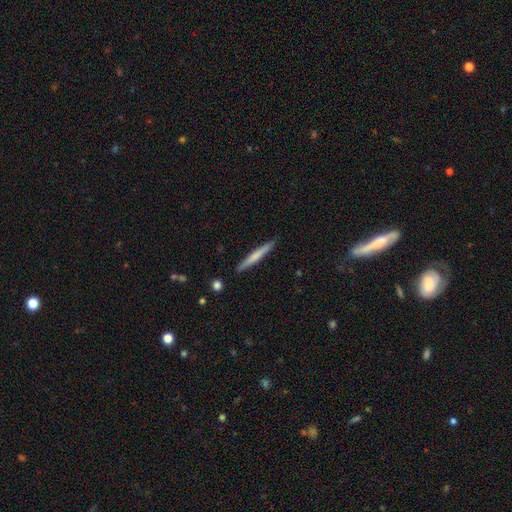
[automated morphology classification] Smooth or featured?
  - smooth: 61% *
  - featured or disk: 34%
  - star or artifact: 5%
How rounded?
  - cigar-shaped: 96% *
  - in between: 3%
  - round: 1%
Merging?
  - none: 90% *
  - minor disturbance: 8%
  - major disturbance: 1%
  - merger: 1%